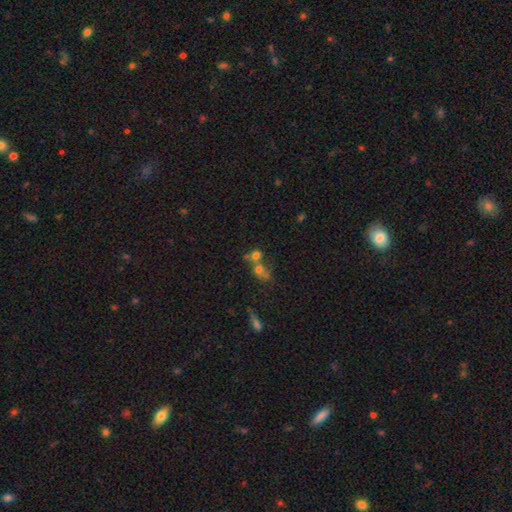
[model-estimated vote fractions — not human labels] smooth_or_featured: smooth (p=0.64) [alt: featured or disk p=0.18]
how_rounded: round (p=0.69) [alt: in between p=0.29]
merging: merger (p=0.58) [alt: none p=0.29]